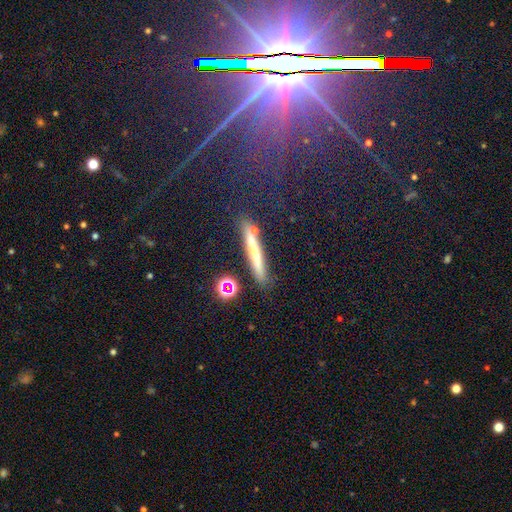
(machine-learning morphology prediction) Smooth or featured? Predicted: smooth (p=0.50). Merging? Predicted: none (p=0.83).